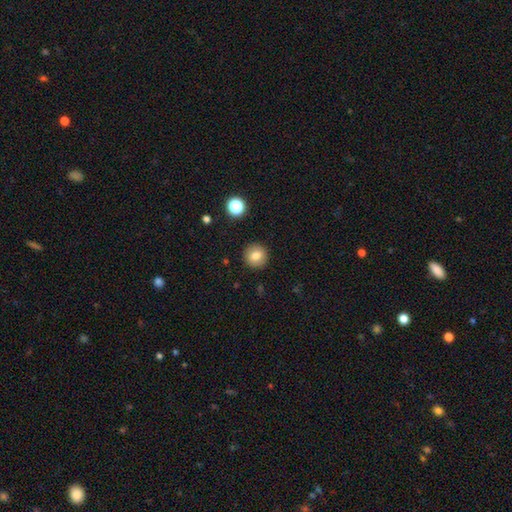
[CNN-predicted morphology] Smooth or featured?
  - smooth: 79% *
  - star or artifact: 10%
  - featured or disk: 10%
How rounded?
  - round: 94% *
  - in between: 5%
  - cigar-shaped: 1%
Merging?
  - none: 91% *
  - minor disturbance: 6%
  - major disturbance: 2%
  - merger: 1%